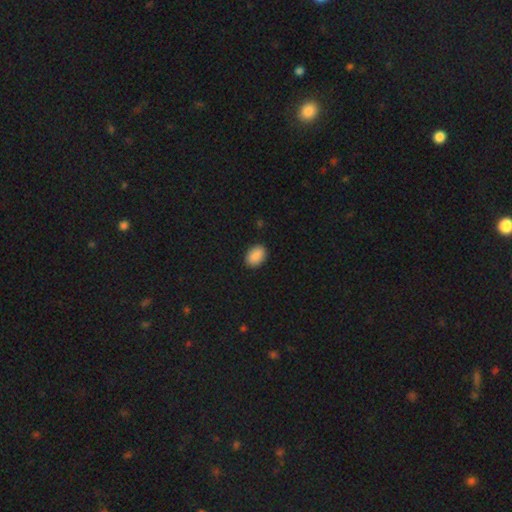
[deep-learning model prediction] smooth-or-featured: smooth: 90% | star or artifact: 7% | featured or disk: 3%
  how-rounded: in between: 84% | round: 15% | cigar-shaped: 1%
  merging: none: 89% | minor disturbance: 8% | major disturbance: 2% | merger: 1%